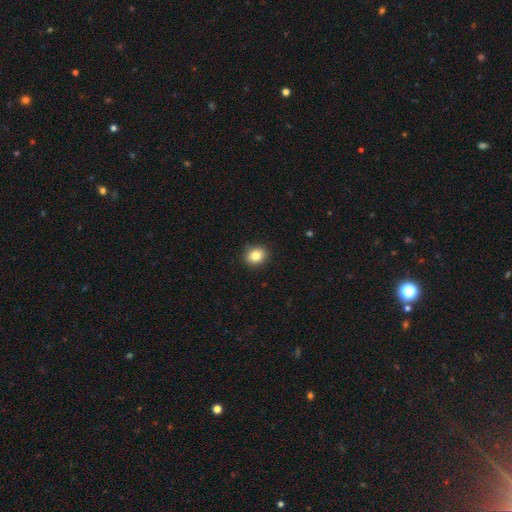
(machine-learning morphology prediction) Smooth or featured: smooth — 83% (star or artifact — 10%)
How rounded: round — 67% (in between — 32%)
Merging: none — 89% (minor disturbance — 8%)